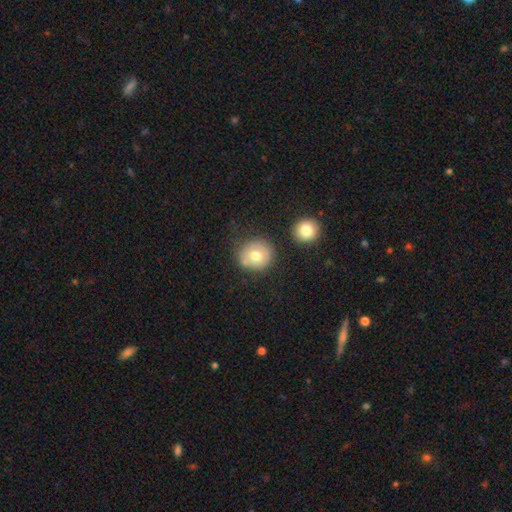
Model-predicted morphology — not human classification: This appears to be a smooth galaxy with no disk features (73%) that is round (88%). Merging: none (73%).